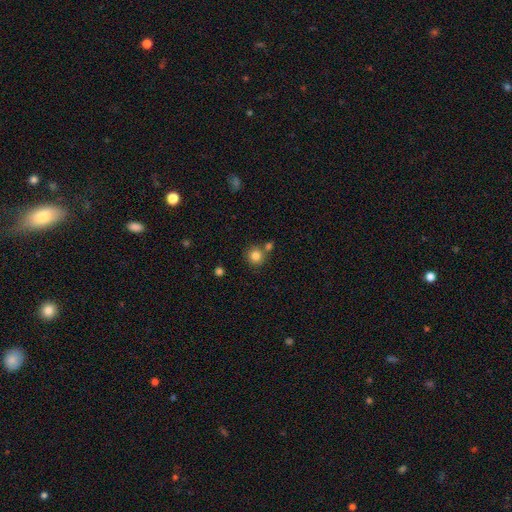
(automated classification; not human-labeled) Smooth or featured: smooth — 83% (star or artifact — 11%)
How rounded: round — 92% (in between — 7%)
Merging: none — 71% (merger — 17%)